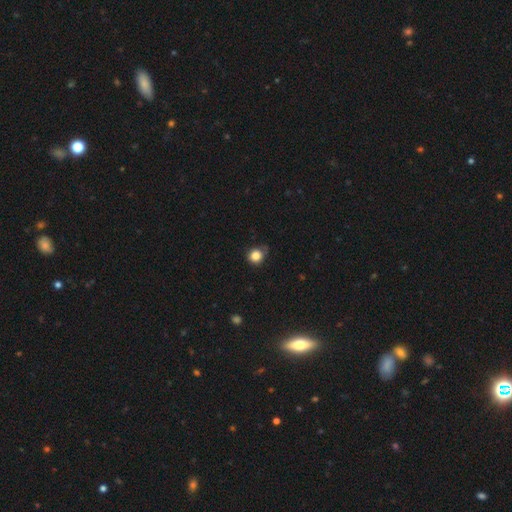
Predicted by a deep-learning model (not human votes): Q: Smooth or featured?
A: smooth (83%); runner-up: star or artifact (12%)
Q: How rounded?
A: round (87%); runner-up: in between (12%)
Q: Merging?
A: none (74%); runner-up: minor disturbance (21%)